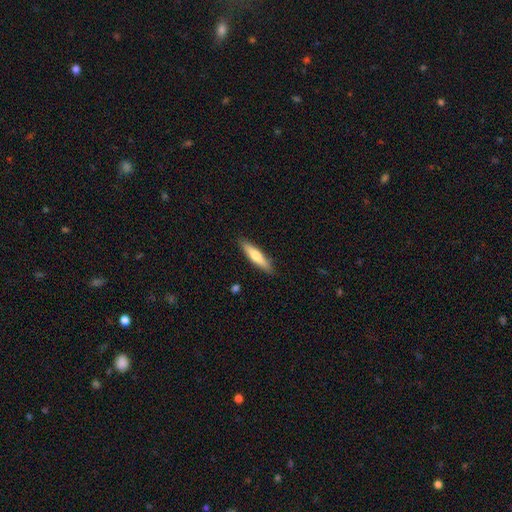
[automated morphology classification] smooth-or-featured: smooth: 61% | featured or disk: 33% | star or artifact: 5%
  how-rounded: cigar-shaped: 78% | in between: 20% | round: 2%
  merging: none: 88% | minor disturbance: 9% | major disturbance: 2% | merger: 1%